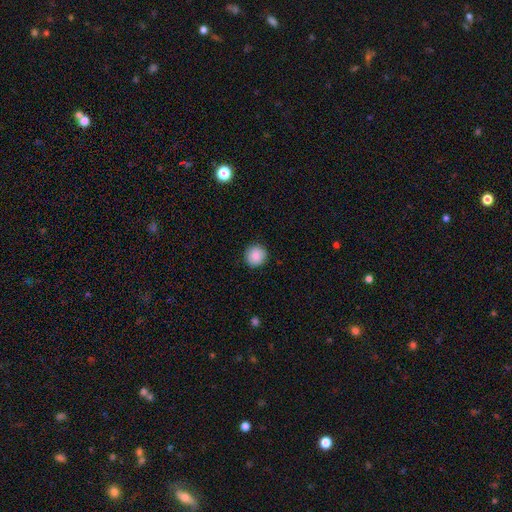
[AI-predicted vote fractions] Smooth or featured: smooth — 87% (star or artifact — 8%)
How rounded: round — 93% (in between — 6%)
Merging: none — 91% (minor disturbance — 6%)